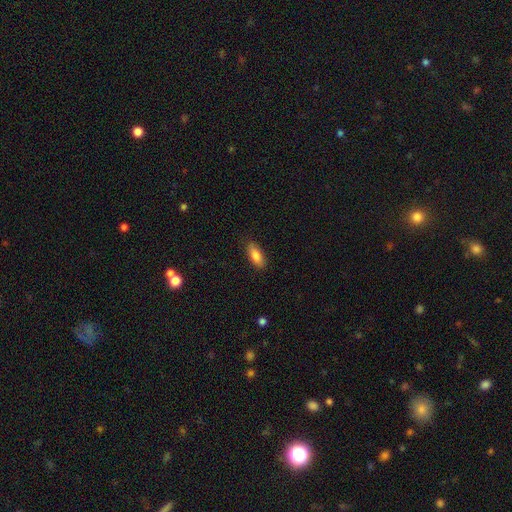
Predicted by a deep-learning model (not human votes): Smooth or featured: smooth — 84% (featured or disk — 9%)
How rounded: in between — 81% (cigar-shaped — 16%)
Merging: none — 86% (minor disturbance — 10%)